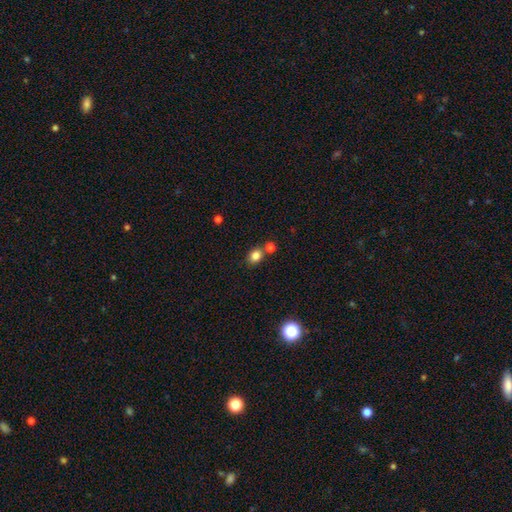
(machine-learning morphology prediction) smooth-or-featured: smooth: 82% | star or artifact: 12% | featured or disk: 6%
  how-rounded: round: 52% | in between: 47% | cigar-shaped: 1%
  merging: none: 64% | merger: 24% | minor disturbance: 10% | major disturbance: 3%